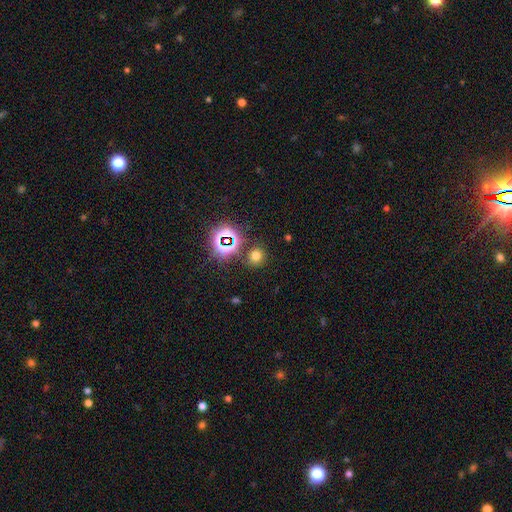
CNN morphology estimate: Q: Smooth or featured?
A: smooth (63%); runner-up: star or artifact (29%)
Q: How rounded?
A: round (83%); runner-up: in between (15%)
Q: Merging?
A: none (82%); runner-up: minor disturbance (9%)